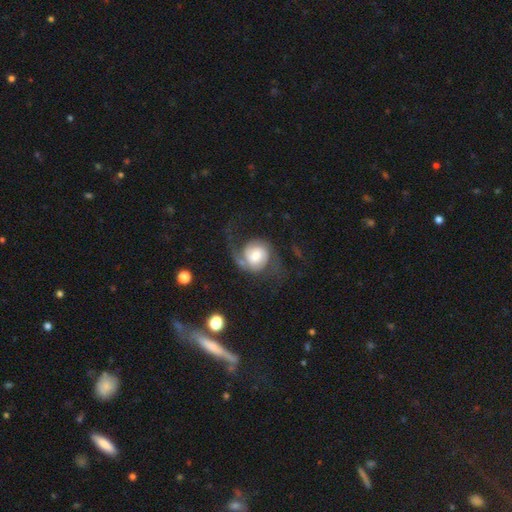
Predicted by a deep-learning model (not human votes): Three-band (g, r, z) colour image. It shows a featured or disk galaxy (78%) with no bar (56%), 2 (82%) medium (42%) spiral arms (95%) and a moderate central bulge (37%). Merging: none (56%).